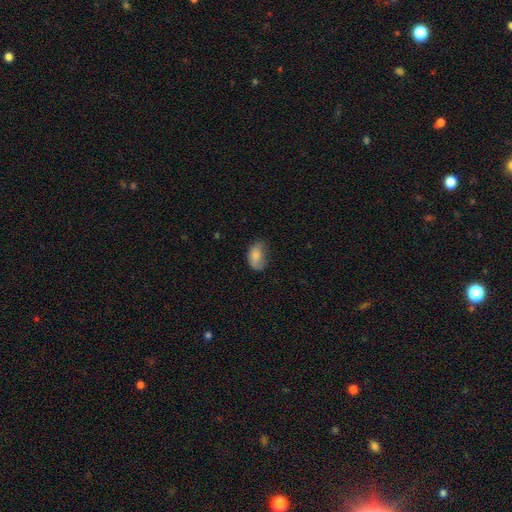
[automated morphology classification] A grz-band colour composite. It shows a smooth galaxy with no disk features (80%) that is in between round and cigar-shaped (90%). Merging: none (51%).